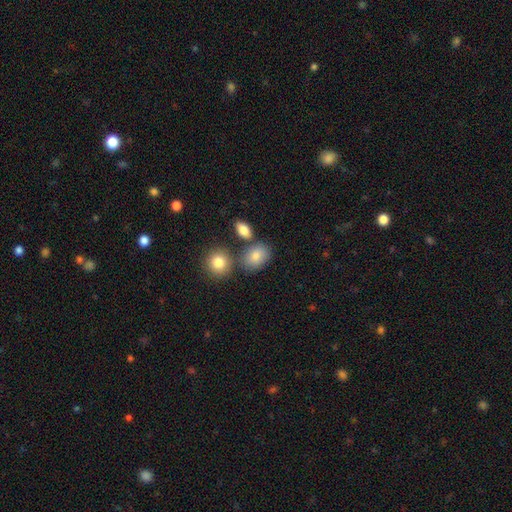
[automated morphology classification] smooth 80%, star or artifact 10%, featured or disk 10%. Down the decision tree: how rounded — in between (69%); merging — none (69%).